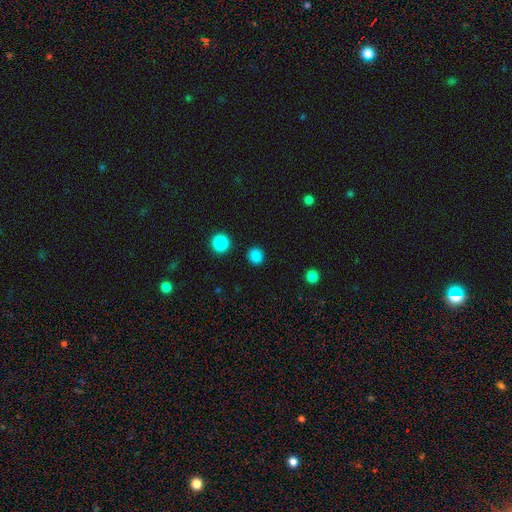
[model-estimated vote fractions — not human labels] Smooth or featured?
  - smooth: 85% *
  - star or artifact: 12%
  - featured or disk: 2%
How rounded?
  - round: 90% *
  - in between: 9%
  - cigar-shaped: 1%
Merging?
  - none: 90% *
  - minor disturbance: 6%
  - major disturbance: 2%
  - merger: 2%